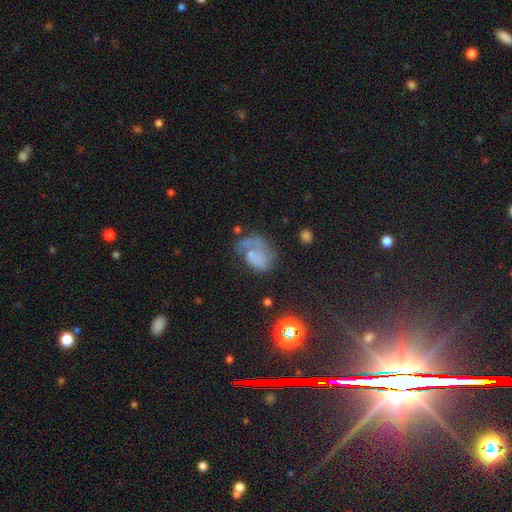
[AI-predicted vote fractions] The model was most divided on "smooth or featured": featured or disk: 48%, smooth: 37%, star or artifact: 15%. Remaining: merging — major disturbance (41%).